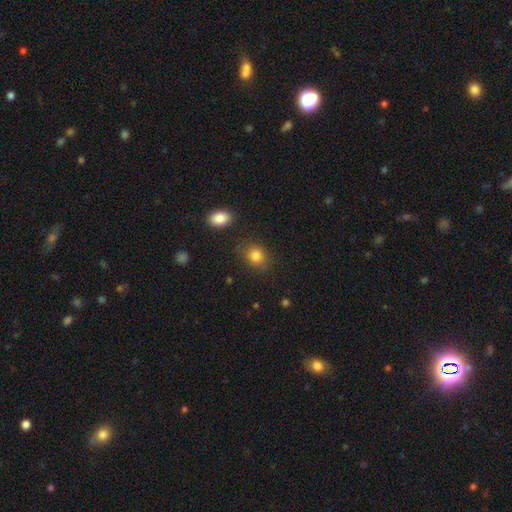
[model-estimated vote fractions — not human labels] A smooth galaxy with no disk features (83%) that is round (57%).

Vote fractions:
- Smooth or featured? smooth: 83% / star or artifact: 11% / featured or disk: 6%
- How rounded? round: 57% / in between: 42% / cigar-shaped: 1%
- Merging? none: 81% / minor disturbance: 12% / major disturbance: 4% / merger: 3%